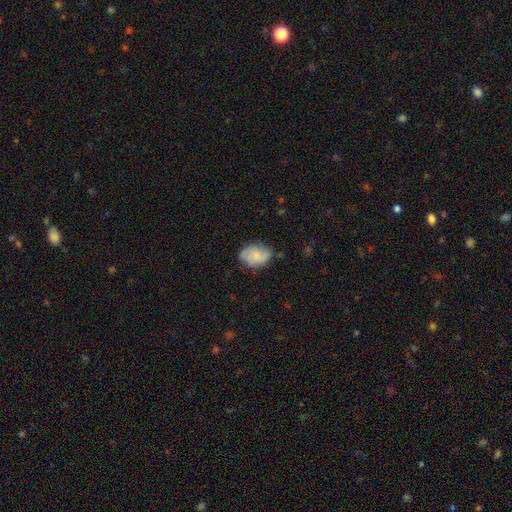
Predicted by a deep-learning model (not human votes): Morphology: type=smooth (67%); roundness=in between (77%); merging=none (68%).